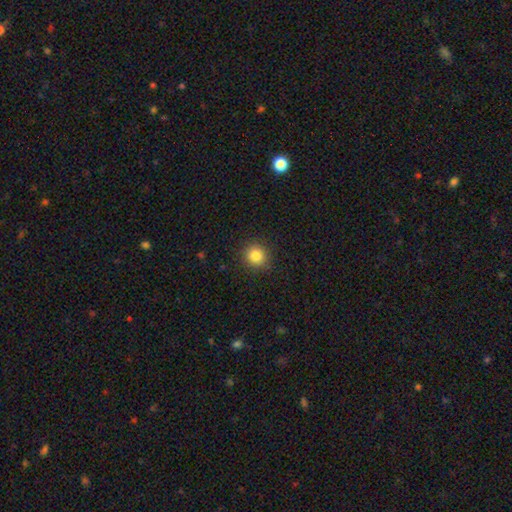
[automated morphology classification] Smooth or featured? smooth (83%)
How rounded? round (91%)
Merging? none (90%)